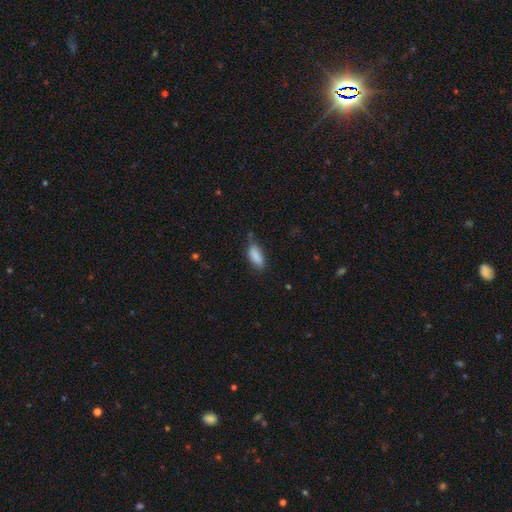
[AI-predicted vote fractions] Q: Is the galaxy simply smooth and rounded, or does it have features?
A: smooth — 87%.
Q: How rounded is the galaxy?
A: in between — 78%.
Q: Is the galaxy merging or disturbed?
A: none — 65%.